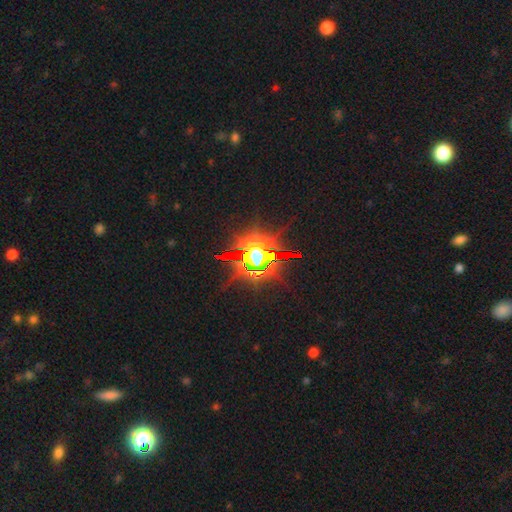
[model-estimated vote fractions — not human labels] A star or artifact, not a galaxy (78%).